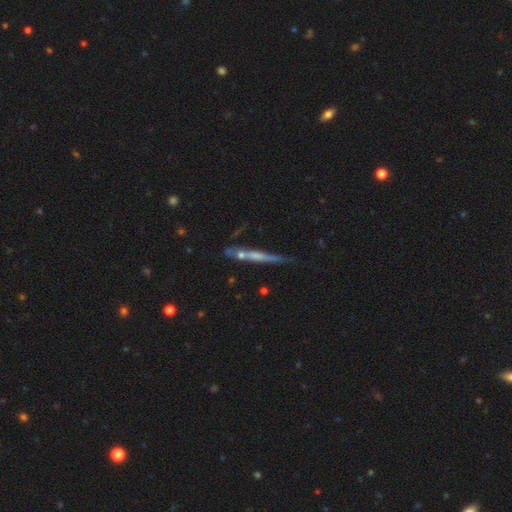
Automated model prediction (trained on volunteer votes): Smooth or featured? featured or disk (56%)
Edge-on disk? yes (91%)
Edge-on bulge? none (61%)
Merging? none (63%)